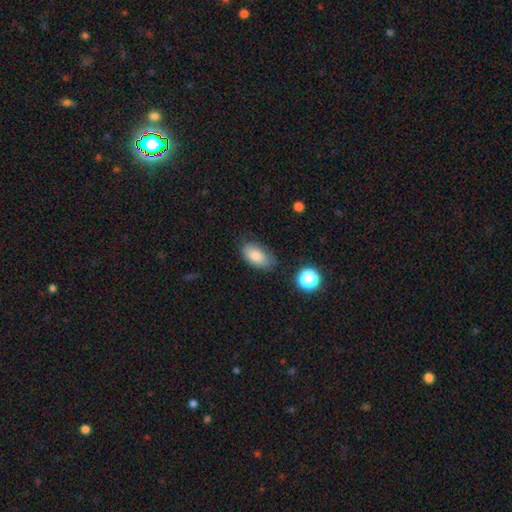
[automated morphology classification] type=smooth (84%); roundness=in between (92%); merging=none (73%).